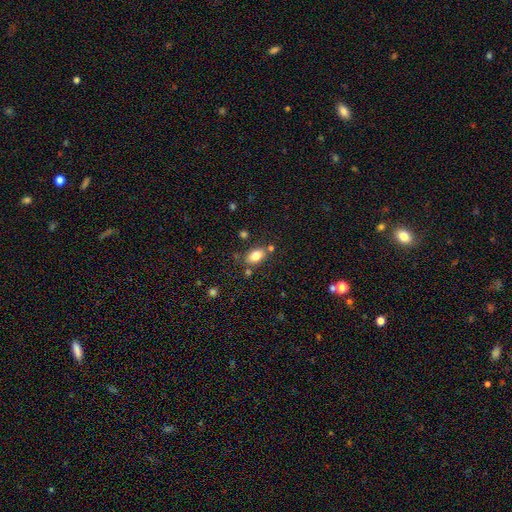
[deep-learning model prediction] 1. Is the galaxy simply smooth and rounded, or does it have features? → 81% smooth, 11% featured or disk, 9% star or artifact.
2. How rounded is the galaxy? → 87% in between, 10% round, 3% cigar-shaped.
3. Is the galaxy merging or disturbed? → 73% none, 14% minor disturbance, 10% merger, 4% major disturbance.